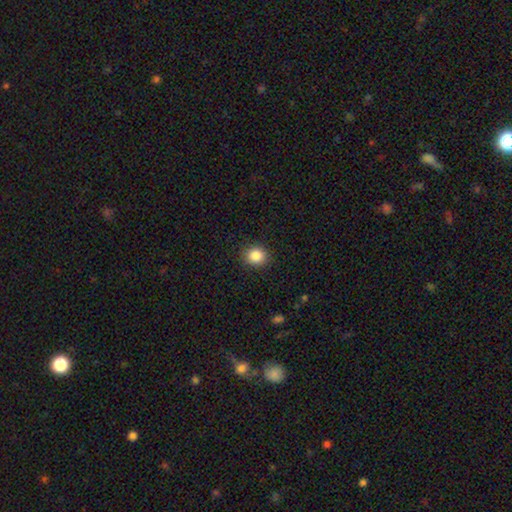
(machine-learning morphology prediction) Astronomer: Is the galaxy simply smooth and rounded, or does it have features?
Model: smooth — 86%.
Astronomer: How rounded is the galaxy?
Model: round — 78%.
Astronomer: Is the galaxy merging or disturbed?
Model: none — 90%.